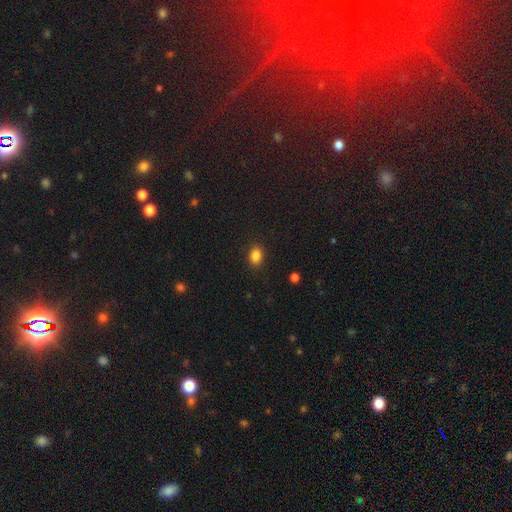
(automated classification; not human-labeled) Overall: smooth (86%). How rounded: in between (66%; round 33%). Merging: none (89%).